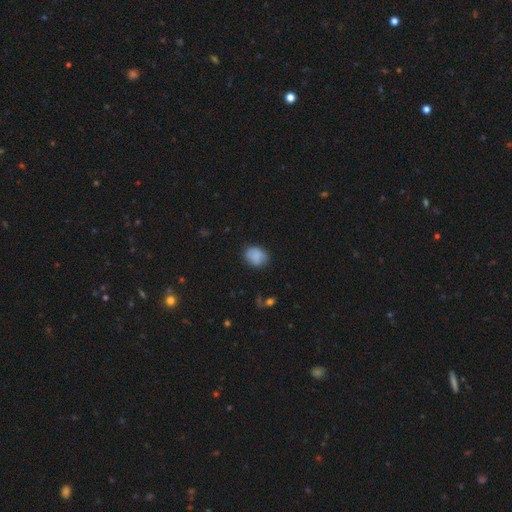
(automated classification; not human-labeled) Smooth or featured: smooth — 82% (featured or disk — 9%)
How rounded: in between — 52% (round — 47%)
Merging: none — 74% (minor disturbance — 20%)